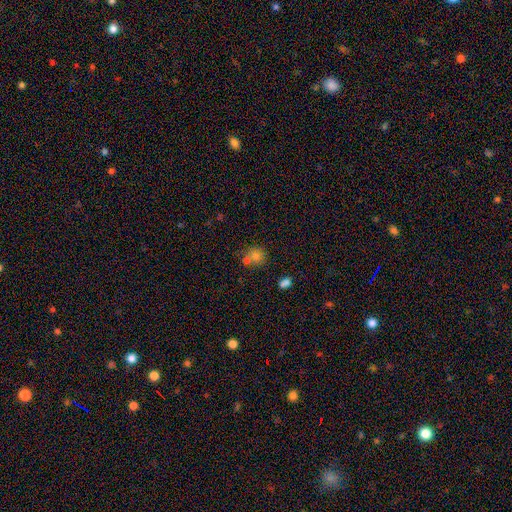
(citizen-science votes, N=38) Morphology: type=smooth (84%); roundness=round (97%); merging=none (66%).